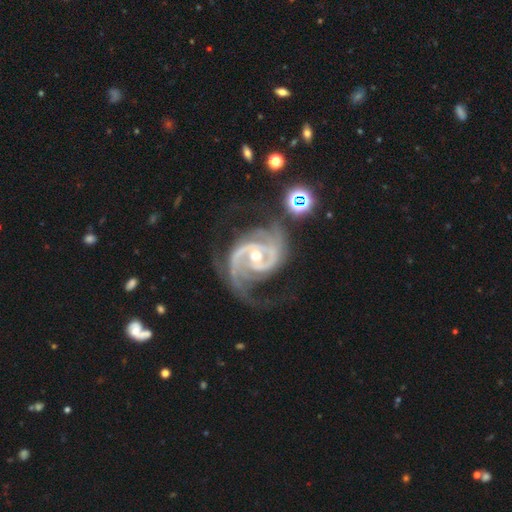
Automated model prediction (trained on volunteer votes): This is clearly a featured or disk galaxy (93%). It is clearly not viewed edge-on (98%). Bar: marginally weak (41%). Spiral arm pattern: clearly yes (99%). Spiral arm count: likely 2 (76%). Spiral winding: possibly medium (53%). Central bulge: likely moderate (67%). Merging: possibly none (56%).